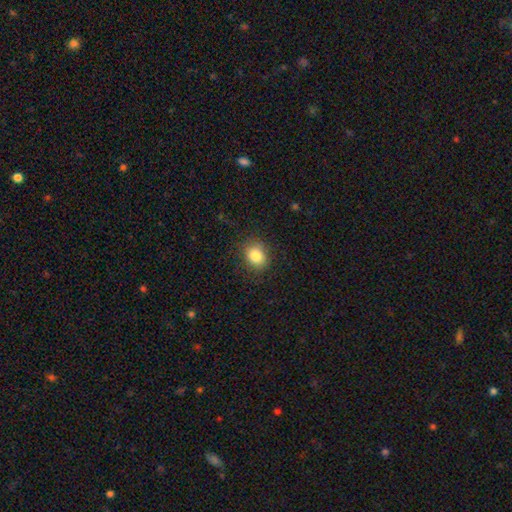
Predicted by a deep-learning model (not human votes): smooth-or-featured: smooth: 84% | star or artifact: 10% | featured or disk: 6%
  how-rounded: round: 57% | in between: 42% | cigar-shaped: 1%
  merging: none: 84% | minor disturbance: 11% | major disturbance: 3% | merger: 1%